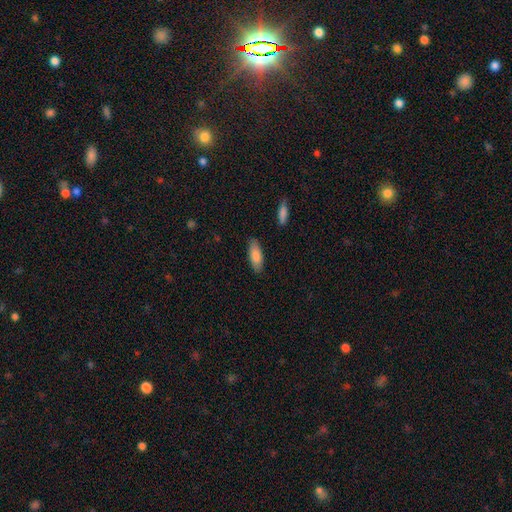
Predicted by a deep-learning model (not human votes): This appears to be a smooth galaxy with no disk features (85%) that is in between round and cigar-shaped (73%). Merging: none (86%).